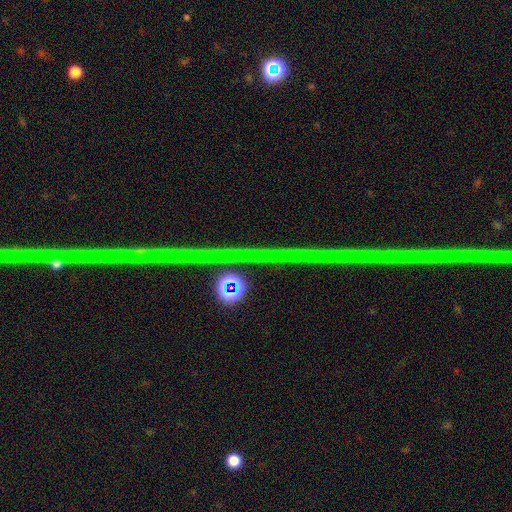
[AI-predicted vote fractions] Smooth or featured?
  - star or artifact: 73% *
  - featured or disk: 16%
  - smooth: 11%